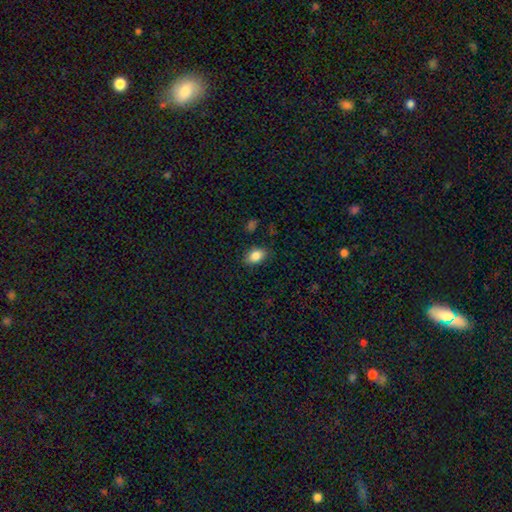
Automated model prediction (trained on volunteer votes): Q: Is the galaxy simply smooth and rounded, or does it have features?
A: smooth — 86%.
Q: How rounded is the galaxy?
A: in between — 82%.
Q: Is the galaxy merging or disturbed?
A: none — 82%.